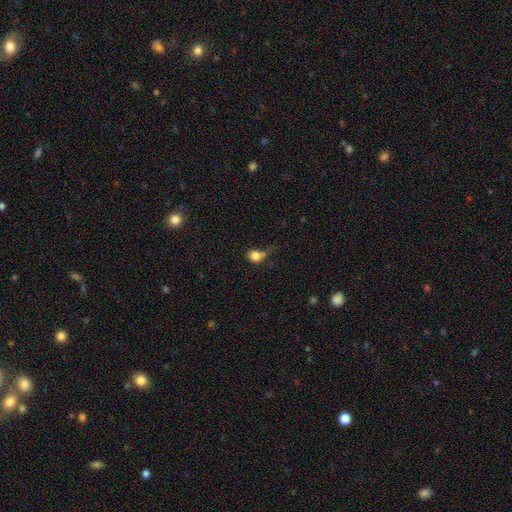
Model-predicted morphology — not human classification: Overall: smooth (80%). How rounded: round (74%). Merging: none (43%; minor disturbance 27%).